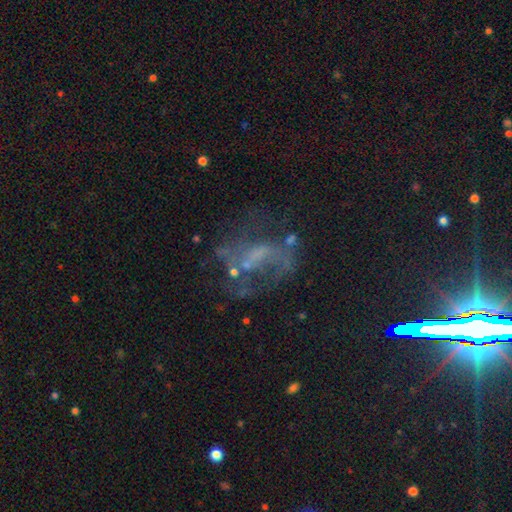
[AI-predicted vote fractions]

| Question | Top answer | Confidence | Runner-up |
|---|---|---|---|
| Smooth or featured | featured or disk | 57% | star or artifact (30%) |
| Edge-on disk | no | 95% | yes (5%) |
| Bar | no | 45% | weak (38%) |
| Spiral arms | yes | 62% | no (38%) |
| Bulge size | none | 52% | small (30%) |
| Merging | none | 50% | major disturbance (28%) |